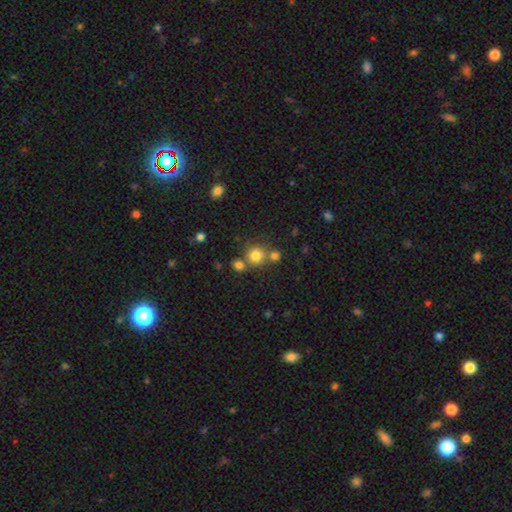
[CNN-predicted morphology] This appears to be a smooth galaxy with no disk features (79%) that is round (90%). Merging: none (62%).